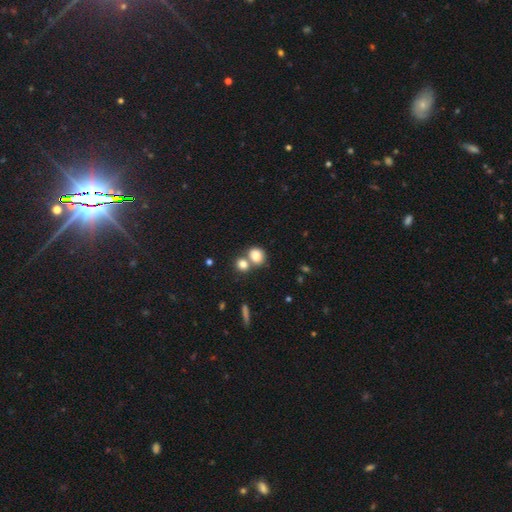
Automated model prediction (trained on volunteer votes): A smooth galaxy with no disk features (80%) that is round (68%). Merging: none (45%).